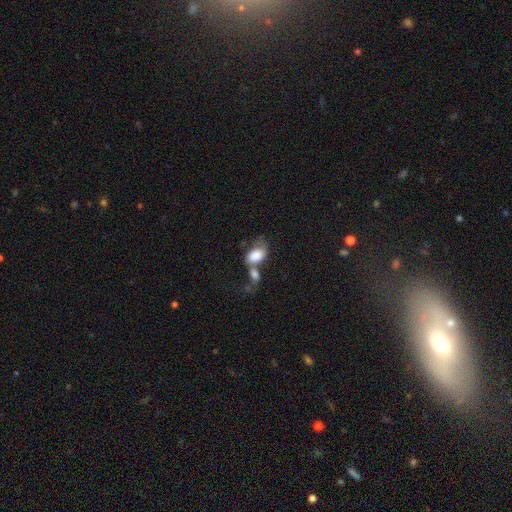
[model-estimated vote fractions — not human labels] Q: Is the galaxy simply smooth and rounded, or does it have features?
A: smooth — 79%.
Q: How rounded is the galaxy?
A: in between — 85%.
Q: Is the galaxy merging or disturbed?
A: merger — 58%.